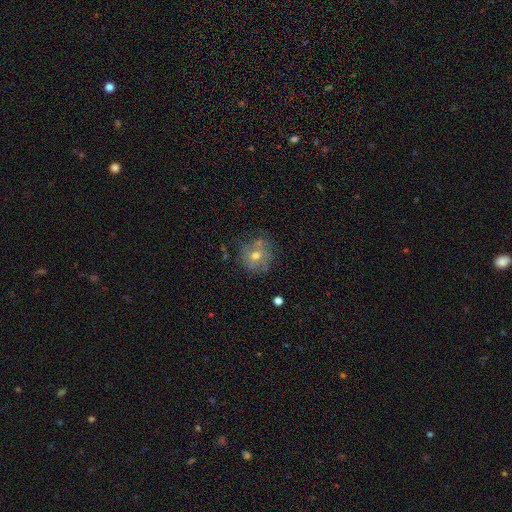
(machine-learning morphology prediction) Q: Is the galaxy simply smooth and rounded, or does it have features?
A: smooth — 54%.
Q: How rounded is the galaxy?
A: round — 86%.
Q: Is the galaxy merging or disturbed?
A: none — 66%.